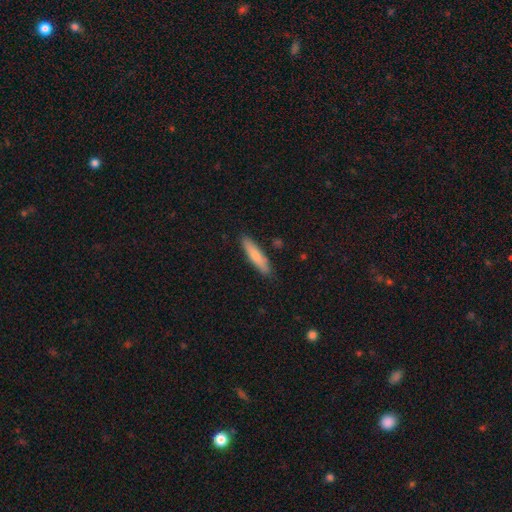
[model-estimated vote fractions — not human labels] smooth_or_featured: smooth (p=0.74) [alt: featured or disk p=0.20]
how_rounded: cigar-shaped (p=0.82) [alt: in between p=0.16]
merging: none (p=0.86) [alt: minor disturbance p=0.10]